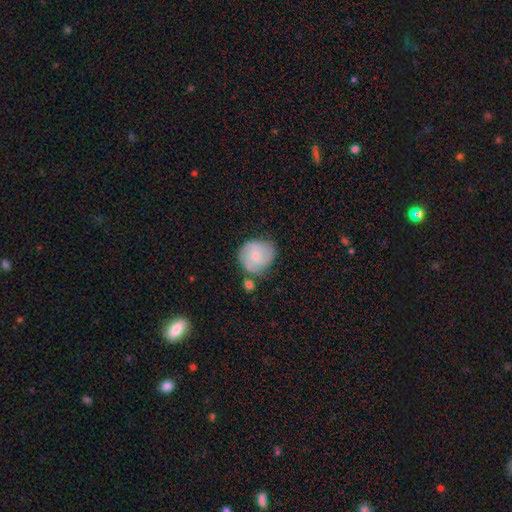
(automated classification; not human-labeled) Smooth or featured? smooth (50%)
How rounded? round (85%)
Merging? none (62%)